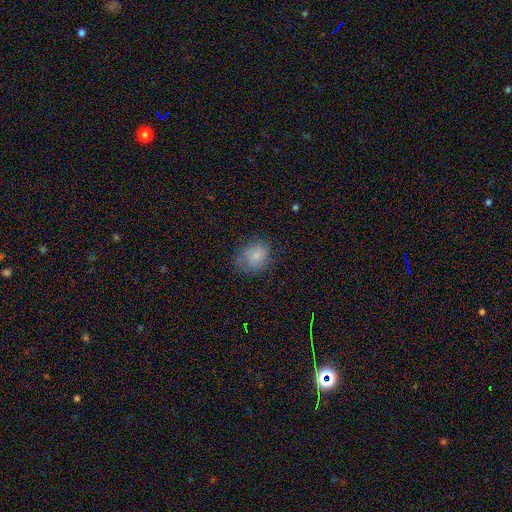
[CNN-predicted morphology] smooth_or_featured: smooth (p=0.77) [alt: featured or disk p=0.14]
how_rounded: round (p=0.55) [alt: in between p=0.44]
merging: none (p=0.64) [alt: minor disturbance p=0.24]